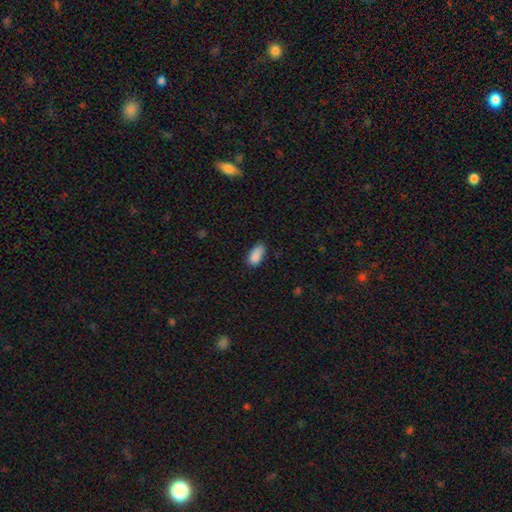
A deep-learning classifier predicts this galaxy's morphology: Smooth or featured? Predicted: smooth (p=0.88). How rounded? Predicted: in between (p=0.91). Merging? Predicted: none (p=0.73).